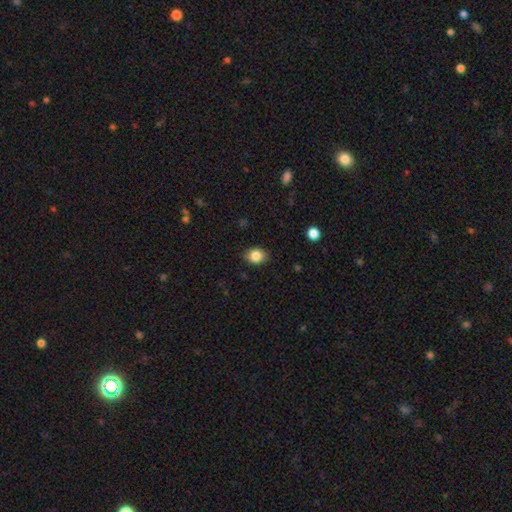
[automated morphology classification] Smooth or featured? Predicted: smooth (p=0.85). How rounded? Predicted: in between (p=0.58). Merging? Predicted: none (p=0.87).